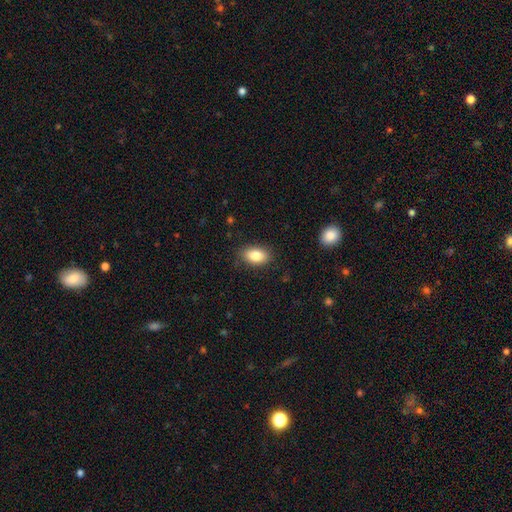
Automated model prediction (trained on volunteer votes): smooth_or_featured: smooth (p=0.84) [alt: featured or disk p=0.08]
how_rounded: in between (p=0.90) [alt: round p=0.08]
merging: none (p=0.86) [alt: minor disturbance p=0.10]